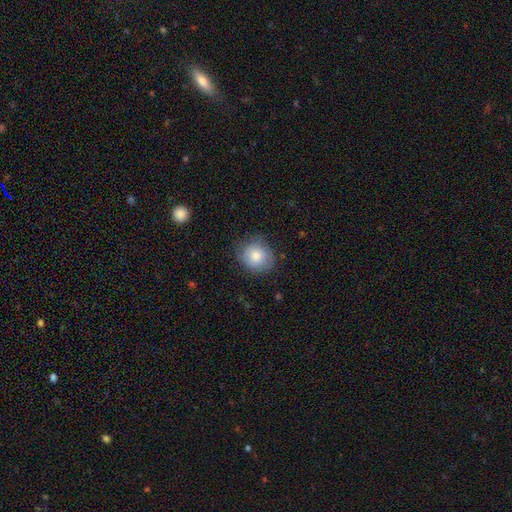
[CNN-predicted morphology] Q: Smooth or featured?
A: smooth (80%); runner-up: featured or disk (12%)
Q: How rounded?
A: round (75%); runner-up: in between (24%)
Q: Merging?
A: none (74%); runner-up: minor disturbance (20%)